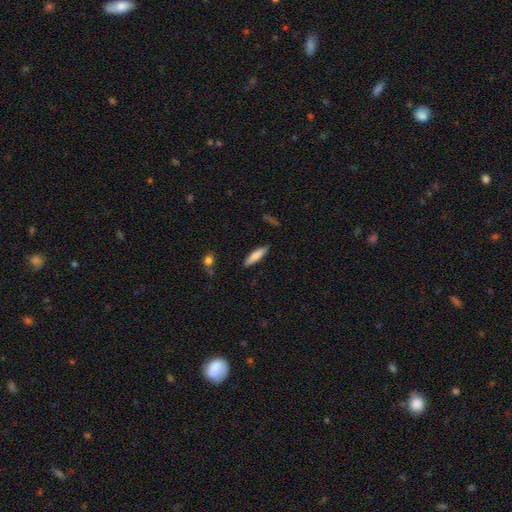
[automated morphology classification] This appears to be a smooth galaxy with no disk features (76%) that is cigar-shaped (74%). Merging: none (88%).